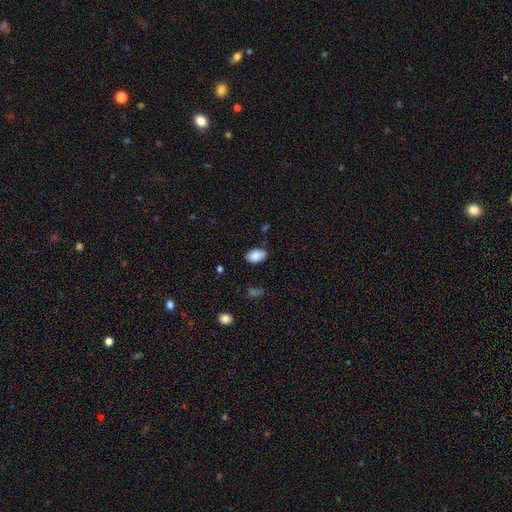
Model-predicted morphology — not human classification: smooth_or_featured: smooth (p=0.87) [alt: star or artifact p=0.07]
how_rounded: in between (p=0.92) [alt: round p=0.06]
merging: none (p=0.77) [alt: minor disturbance p=0.18]